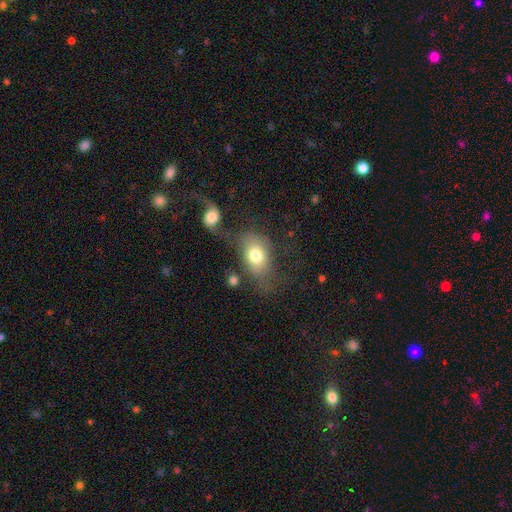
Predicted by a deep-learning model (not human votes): Morphology: type=smooth (72%); roundness=in between (75%); merging=none (40%).